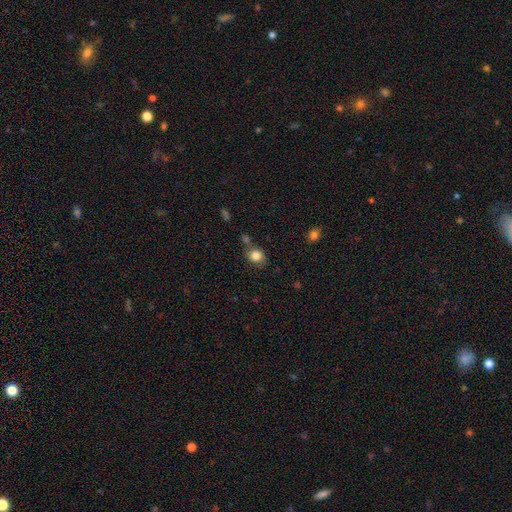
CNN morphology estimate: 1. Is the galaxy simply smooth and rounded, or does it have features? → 84% smooth, 10% star or artifact, 7% featured or disk.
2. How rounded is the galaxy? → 62% round, 37% in between, 1% cigar-shaped.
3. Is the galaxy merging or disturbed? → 68% none, 16% minor disturbance, 12% merger, 4% major disturbance.